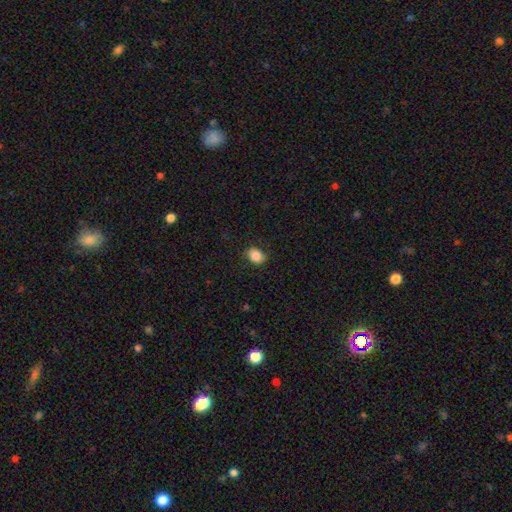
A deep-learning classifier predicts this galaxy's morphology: smooth 86%, star or artifact 9%, featured or disk 6%. Down the decision tree: how rounded — in between (62%); merging — none (84%).